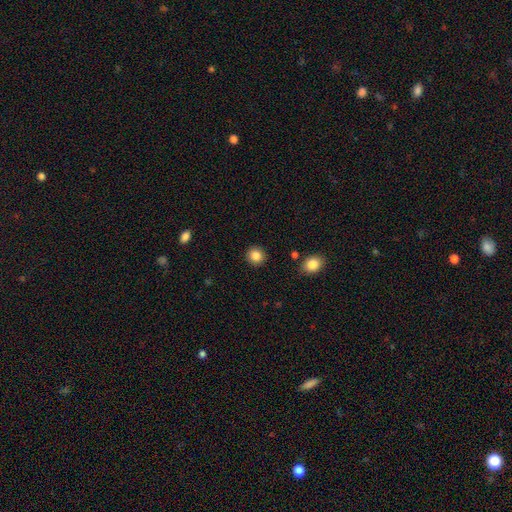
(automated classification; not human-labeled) smooth 85%, star or artifact 10%, featured or disk 5%. Down the decision tree: how rounded — round (89%); merging — none (91%).